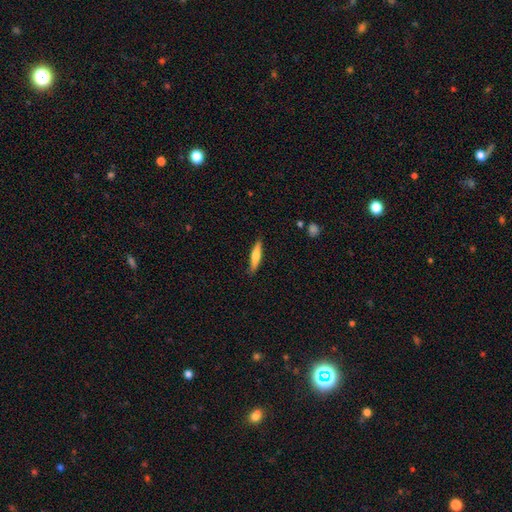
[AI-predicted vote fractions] Overall: smooth (63%; featured or disk 32%). How rounded: cigar-shaped (84%). Merging: none (86%).